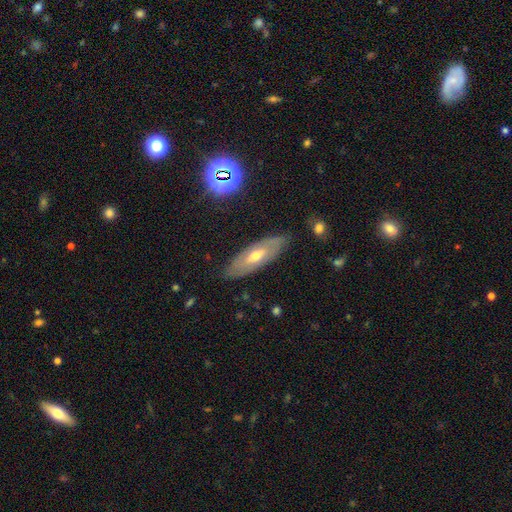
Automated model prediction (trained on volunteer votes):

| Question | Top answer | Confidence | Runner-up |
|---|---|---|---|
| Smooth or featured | featured or disk | 58% | smooth (35%) |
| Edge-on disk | no | 71% | yes (29%) |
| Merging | none | 82% | minor disturbance (13%) |